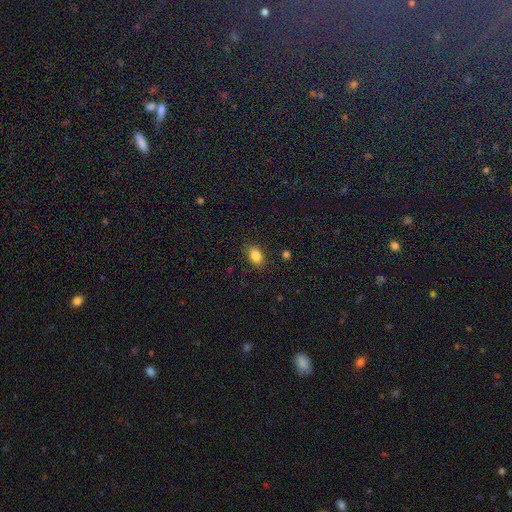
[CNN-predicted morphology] Smooth or featured? smooth (85%)
How rounded? in between (83%)
Merging? none (84%)